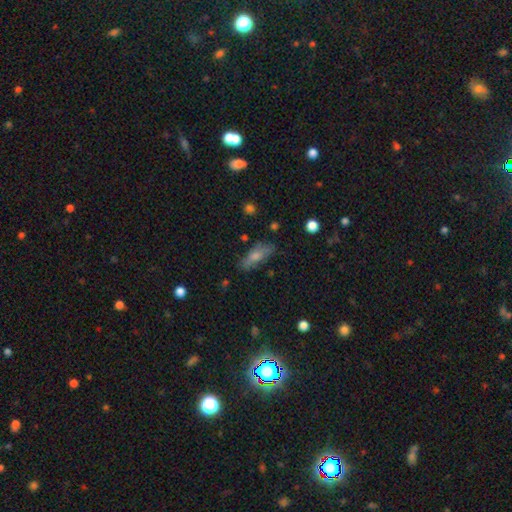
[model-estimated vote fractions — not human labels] Smooth or featured?
  - smooth: 69% *
  - featured or disk: 23%
  - star or artifact: 8%
How rounded?
  - in between: 65% *
  - cigar-shaped: 33%
  - round: 3%
Merging?
  - none: 70% *
  - minor disturbance: 21%
  - major disturbance: 6%
  - merger: 3%